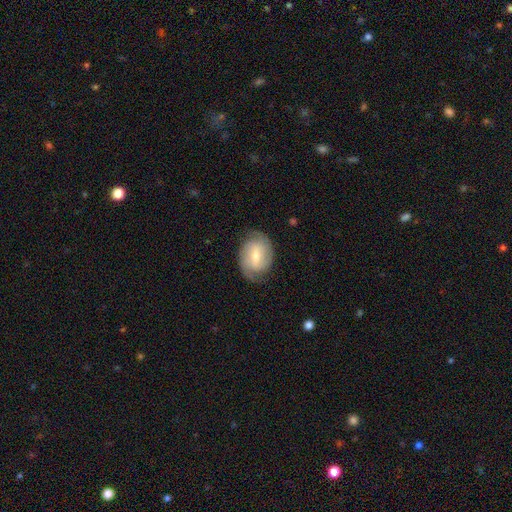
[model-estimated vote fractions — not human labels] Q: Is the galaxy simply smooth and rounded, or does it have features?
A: featured or disk — 67%.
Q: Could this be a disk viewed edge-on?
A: no — 96%.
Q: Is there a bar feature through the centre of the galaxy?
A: weak — 50%.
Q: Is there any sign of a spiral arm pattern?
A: yes — 87%.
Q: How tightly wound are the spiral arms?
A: tight — 44%.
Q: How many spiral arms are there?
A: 2 — 75%.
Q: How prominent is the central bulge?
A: moderate — 53%.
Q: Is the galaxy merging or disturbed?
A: none — 76%.